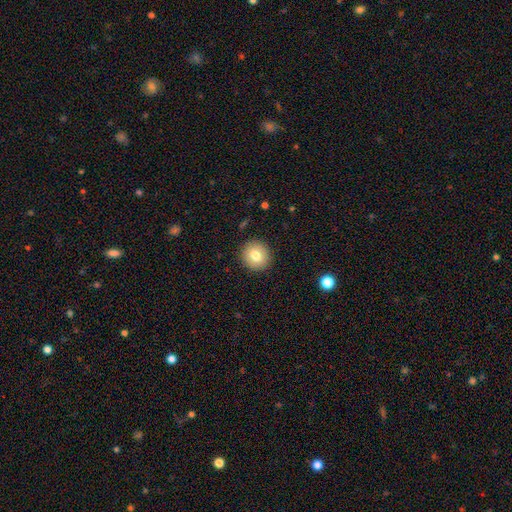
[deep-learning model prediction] A smooth galaxy with no disk features (78%) that is round (90%).

Vote fractions:
- Smooth or featured? smooth: 78% / featured or disk: 13% / star or artifact: 9%
- How rounded? round: 90% / in between: 9% / cigar-shaped: 1%
- Merging? none: 91% / minor disturbance: 6% / major disturbance: 2% / merger: 1%